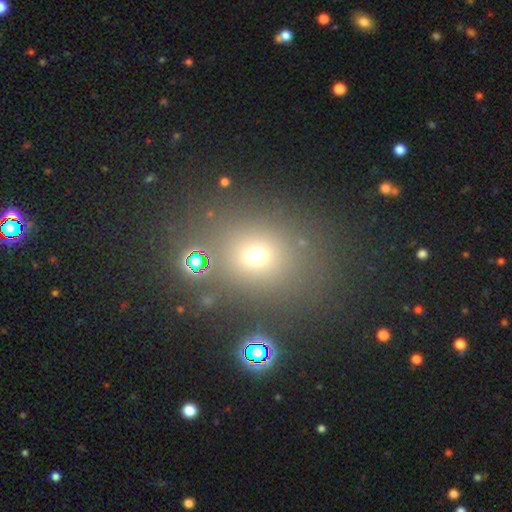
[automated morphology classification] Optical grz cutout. It shows a smooth galaxy with no disk features (65%) that is round (72%). Merging: none (75%).